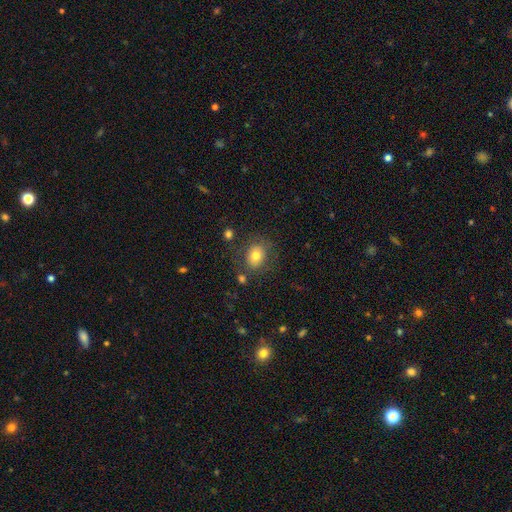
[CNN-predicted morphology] This appears to be a smooth galaxy with no disk features (75%) that is round (52%). Merging: none (75%).